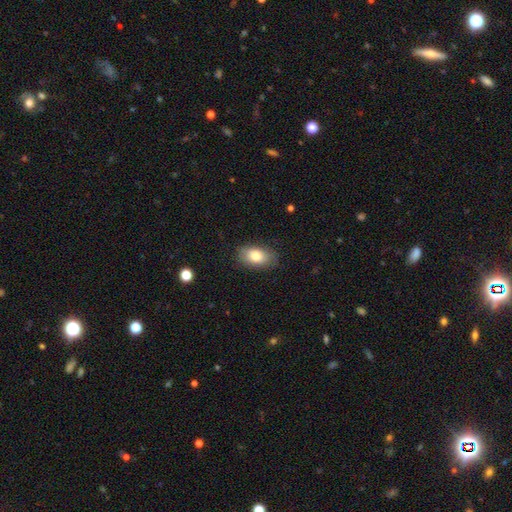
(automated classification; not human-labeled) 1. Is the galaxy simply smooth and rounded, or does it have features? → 78% smooth, 14% featured or disk, 7% star or artifact.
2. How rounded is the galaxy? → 90% in between, 8% round, 2% cigar-shaped.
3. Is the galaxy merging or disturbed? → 79% none, 16% minor disturbance, 4% major disturbance, 1% merger.